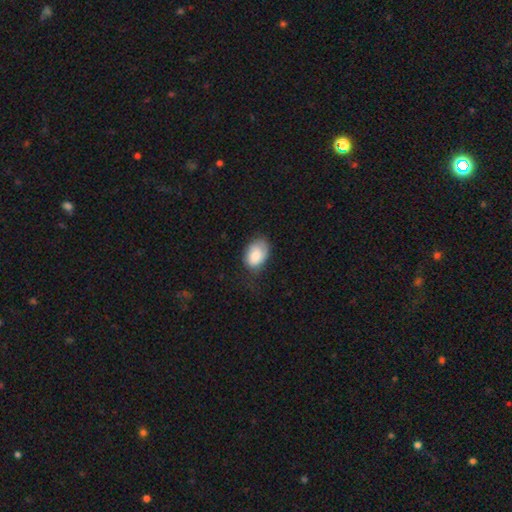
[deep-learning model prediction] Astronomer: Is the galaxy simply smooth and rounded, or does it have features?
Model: smooth — 77%.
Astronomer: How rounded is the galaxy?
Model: in between — 85%.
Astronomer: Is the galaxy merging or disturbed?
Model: none — 50% (runner-up: minor disturbance, 34%).